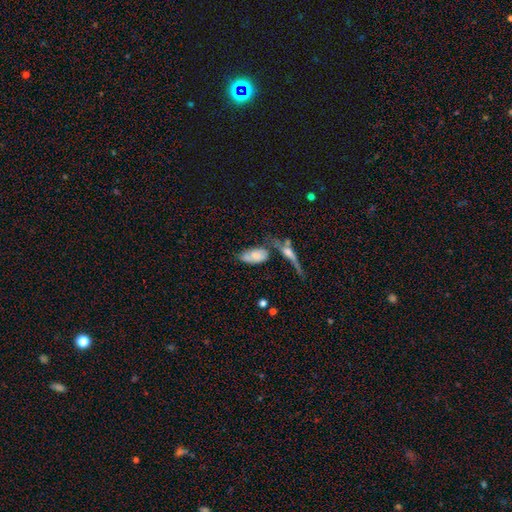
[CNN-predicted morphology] smooth_or_featured: smooth (p=0.60) [alt: featured or disk p=0.31]
how_rounded: in between (p=0.89) [alt: cigar-shaped p=0.07]
merging: merger (p=0.31) [alt: none p=0.30]